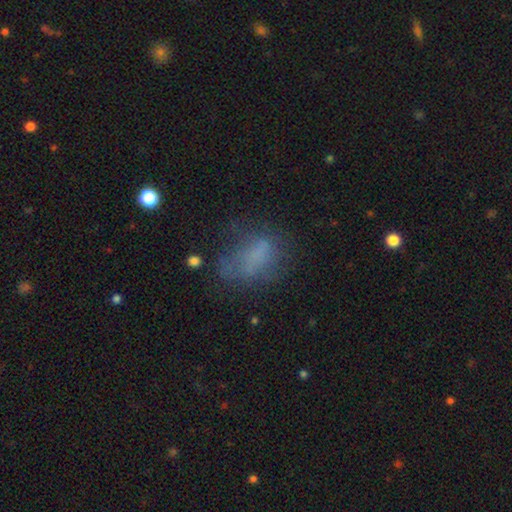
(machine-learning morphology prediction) This is likely a smooth galaxy (61%). How rounded: clearly in between (81%). Merging: possibly none (46%).